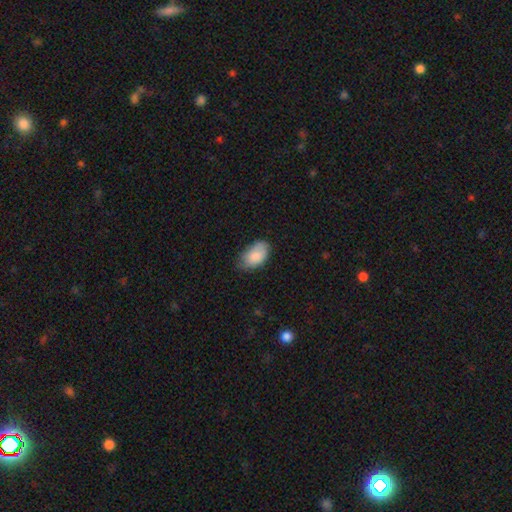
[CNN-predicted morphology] Smooth or featured? Predicted: smooth (p=0.85). How rounded? Predicted: in between (p=0.93). Merging? Predicted: none (p=0.67).